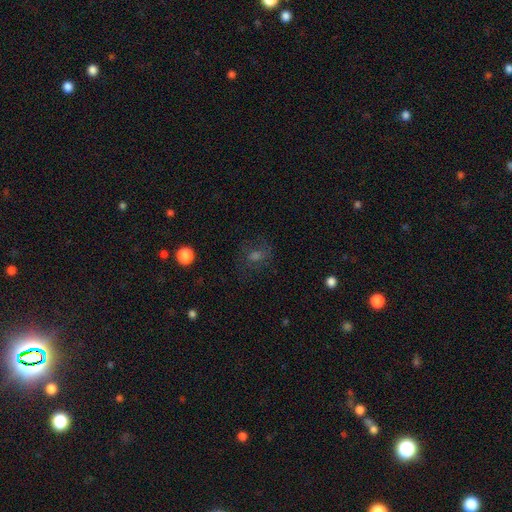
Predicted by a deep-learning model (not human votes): The model was most divided on "smooth or featured": smooth: 41%, star or artifact: 30%, featured or disk: 29%. More confident: merging — none (71%).